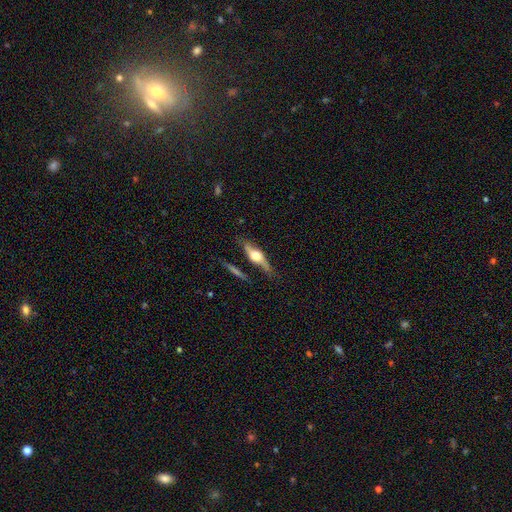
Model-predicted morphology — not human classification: Smooth or featured: featured or disk — 62% (smooth — 32%)
Edge-on disk: yes — 88% (no — 12%)
Edge-on bulge: rounded — 93% (boxy — 5%)
Merging: none — 68% (minor disturbance — 21%)